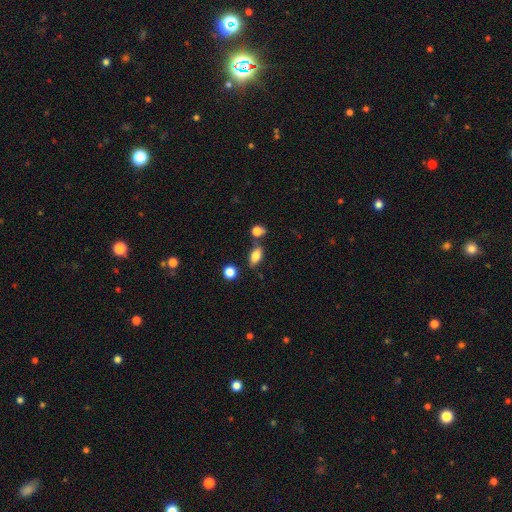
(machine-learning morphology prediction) Overall: smooth (77%). How rounded: in between (83%). Merging: none (71%).